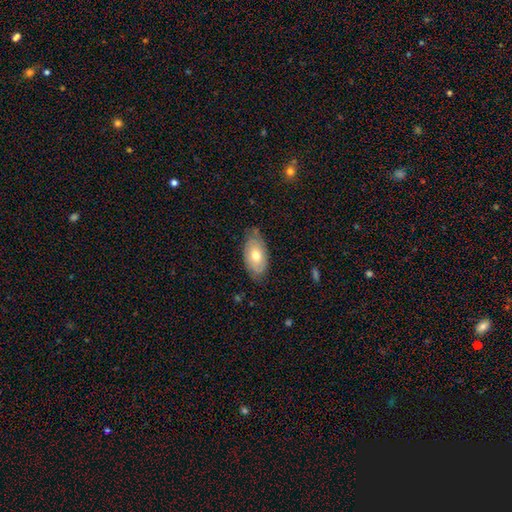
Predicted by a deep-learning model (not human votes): smooth-or-featured: smooth: 59% | featured or disk: 35% | star or artifact: 6%
  how-rounded: in between: 93% | round: 5% | cigar-shaped: 3%
  merging: none: 69% | minor disturbance: 25% | major disturbance: 5% | merger: 1%